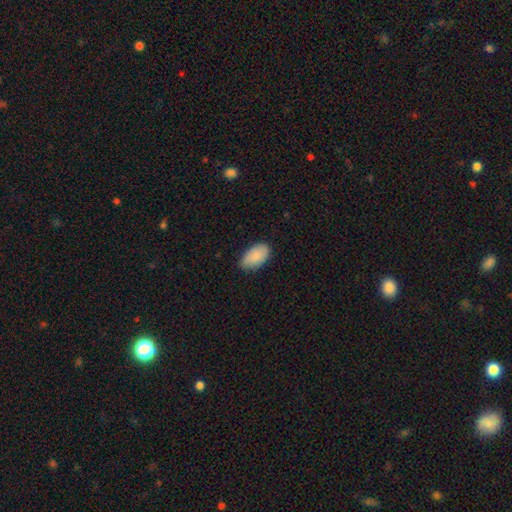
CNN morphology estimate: Smooth or featured? smooth (87%)
How rounded? in between (95%)
Merging? none (79%)